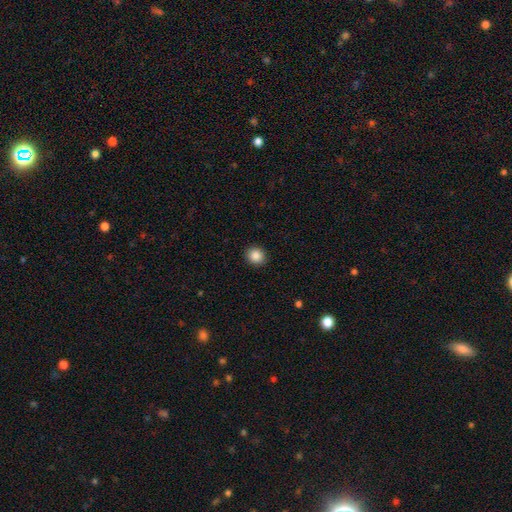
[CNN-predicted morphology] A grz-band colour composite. It shows a smooth galaxy with no disk features (87%) that is round (85%). Merging: none (92%).